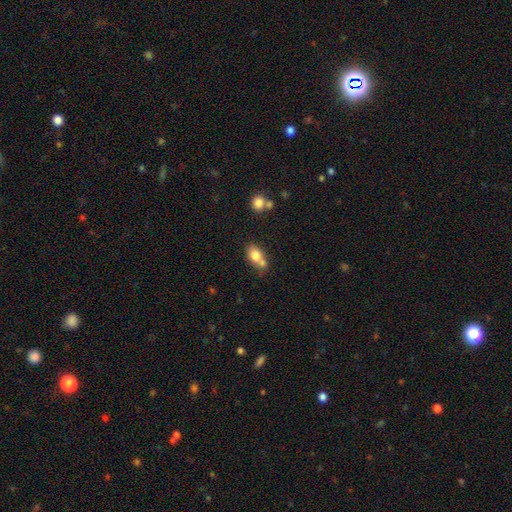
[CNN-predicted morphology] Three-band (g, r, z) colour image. It shows a smooth galaxy with no disk features (77%) that is in between round and cigar-shaped (73%). Merging: none (42%).